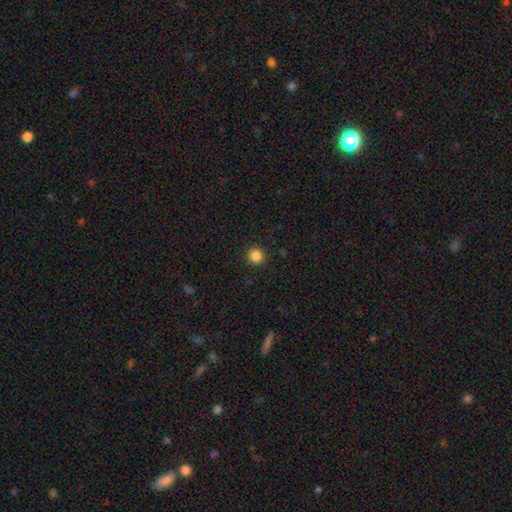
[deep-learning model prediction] A smooth galaxy with no disk features (86%) that is round (94%). Merging: none (93%).